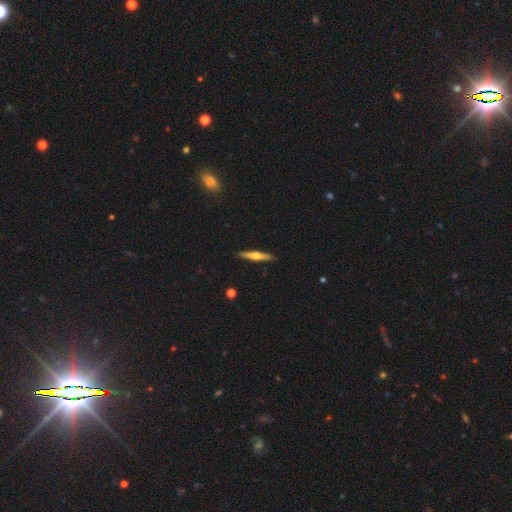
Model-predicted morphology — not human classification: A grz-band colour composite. It shows a featured or disk galaxy (51%) viewed edge-on (96%). Merging: none (91%).